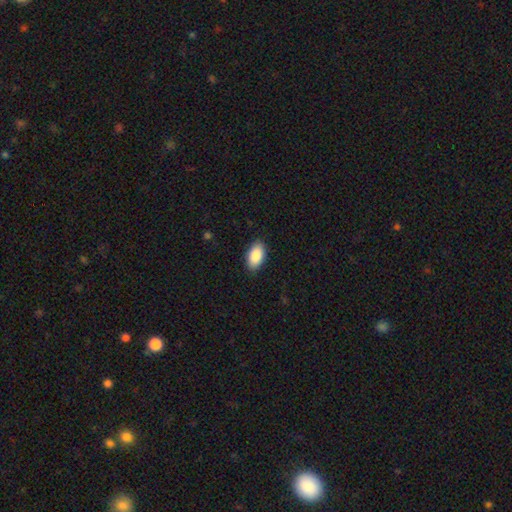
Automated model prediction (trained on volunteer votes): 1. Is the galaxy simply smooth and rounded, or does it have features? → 89% smooth, 6% star or artifact, 5% featured or disk.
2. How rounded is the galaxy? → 95% in between, 3% round, 2% cigar-shaped.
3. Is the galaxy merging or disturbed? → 88% none, 9% minor disturbance, 2% major disturbance, 1% merger.